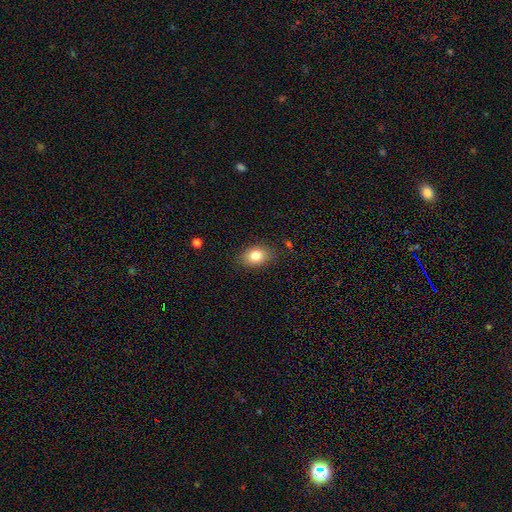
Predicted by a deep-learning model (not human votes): Morphology: type=smooth (82%); roundness=in between (76%); merging=none (84%).